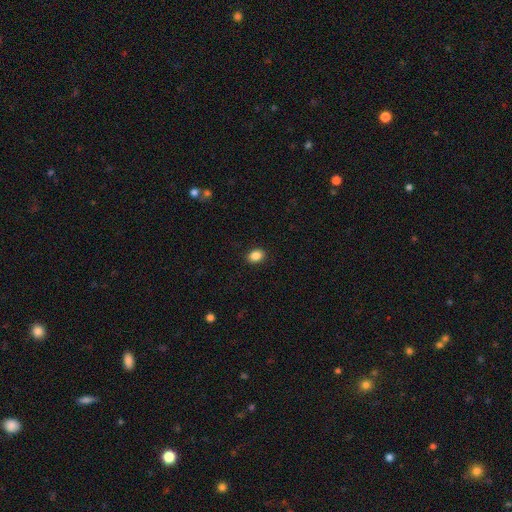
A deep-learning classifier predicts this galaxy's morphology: smooth 87%, star or artifact 9%, featured or disk 4%. Down the decision tree: how rounded — in between (63%); merging — none (90%).